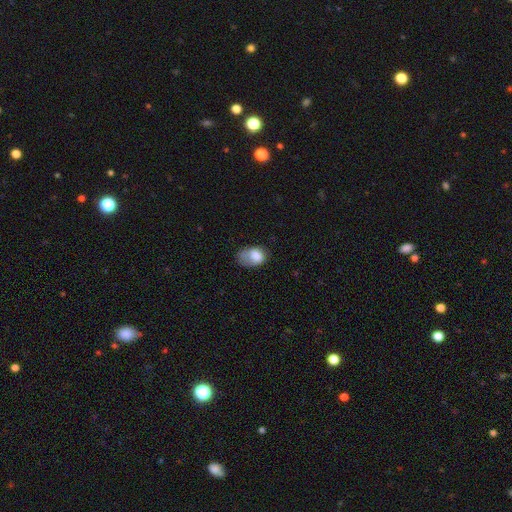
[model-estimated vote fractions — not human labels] smooth 77%, featured or disk 14%, star or artifact 9%. Down the decision tree: how rounded — in between (80%); merging — minor disturbance (37%).